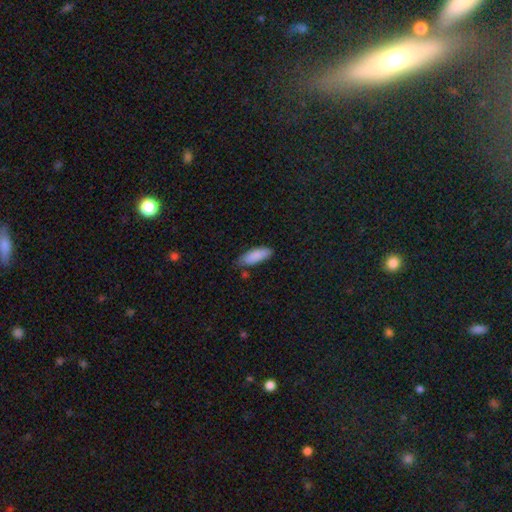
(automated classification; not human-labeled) Q: Smooth or featured?
A: smooth (88%); runner-up: star or artifact (6%)
Q: How rounded?
A: in between (70%); runner-up: cigar-shaped (29%)
Q: Merging?
A: none (69%); runner-up: minor disturbance (24%)